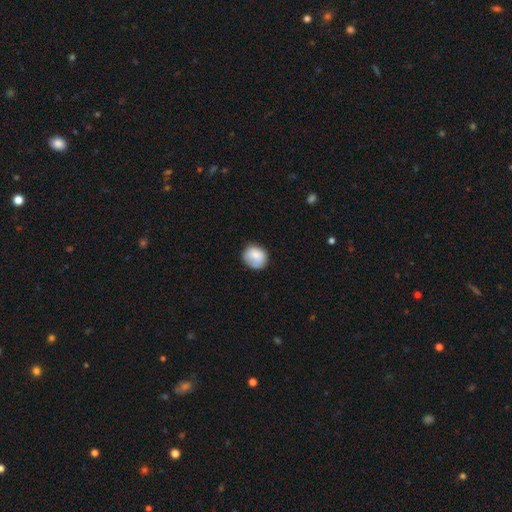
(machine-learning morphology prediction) smooth-or-featured: smooth: 83% | featured or disk: 9% | star or artifact: 8%
  how-rounded: round: 77% | in between: 22% | cigar-shaped: 1%
  merging: none: 73% | minor disturbance: 20% | major disturbance: 5% | merger: 1%